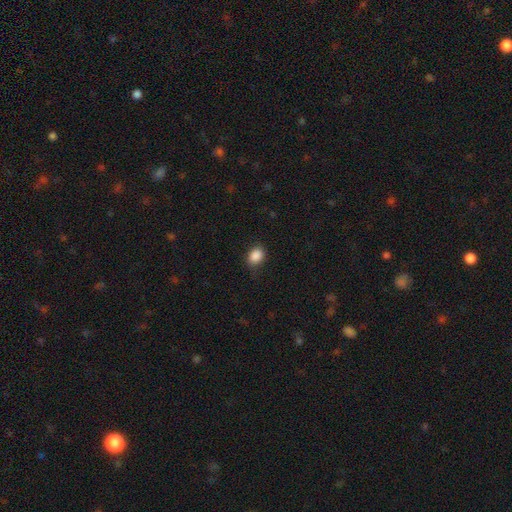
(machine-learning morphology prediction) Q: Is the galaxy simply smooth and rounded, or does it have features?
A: smooth — 88%.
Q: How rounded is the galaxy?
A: in between — 60%.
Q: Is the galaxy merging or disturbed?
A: none — 78%.